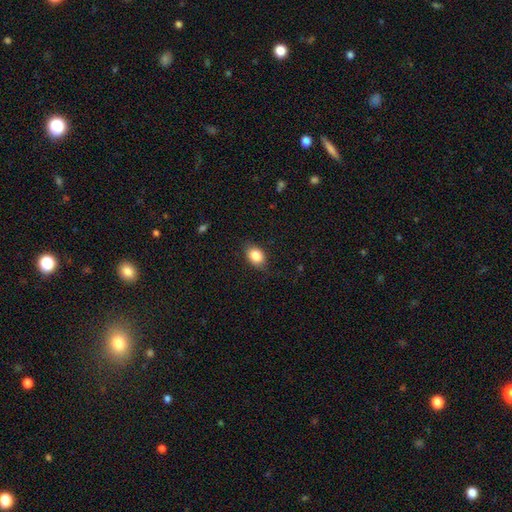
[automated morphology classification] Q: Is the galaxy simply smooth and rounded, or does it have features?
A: smooth — 84%.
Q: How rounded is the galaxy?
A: in between — 75%.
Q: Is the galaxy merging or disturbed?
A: none — 82%.